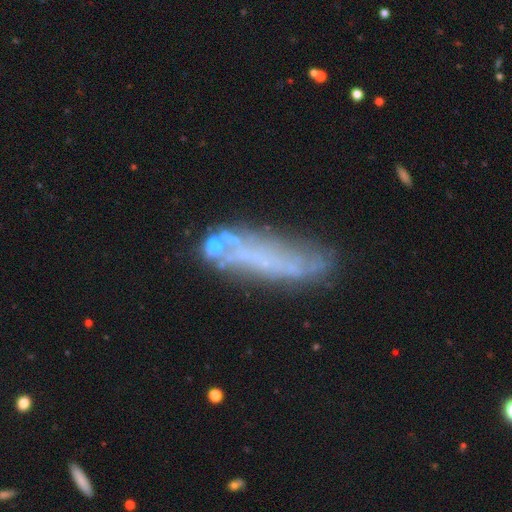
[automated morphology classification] Overall: featured or disk (46%; smooth 39%). Merging: none (56%; minor disturbance 22%).